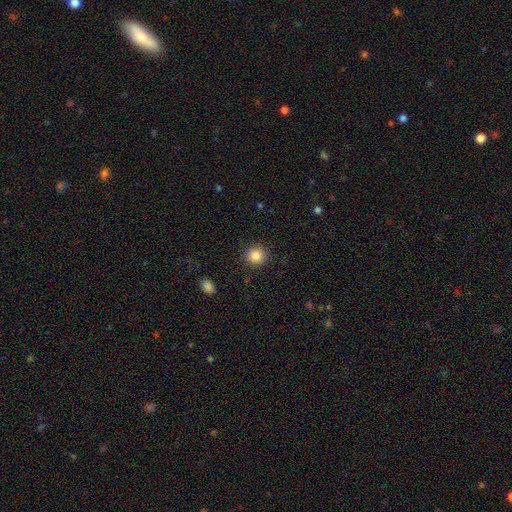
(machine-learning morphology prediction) The model was most divided on "smooth or featured": smooth: 86%, star or artifact: 10%, featured or disk: 4%. More confident: merging — none (91%); how rounded — round (90%).